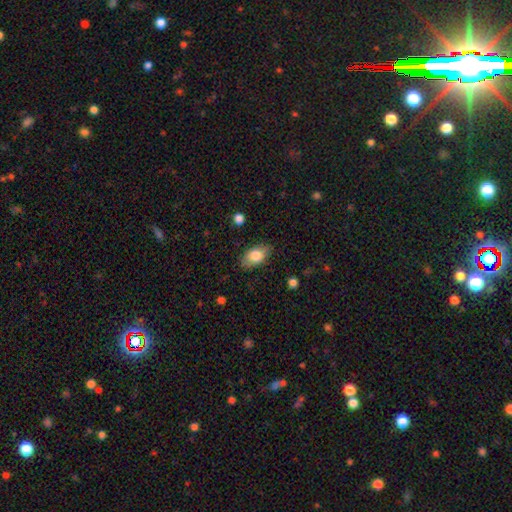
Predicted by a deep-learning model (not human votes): smooth-or-featured: smooth: 80% | featured or disk: 13% | star or artifact: 7%
  how-rounded: in between: 91% | round: 7% | cigar-shaped: 3%
  merging: none: 83% | minor disturbance: 13% | major disturbance: 3% | merger: 1%